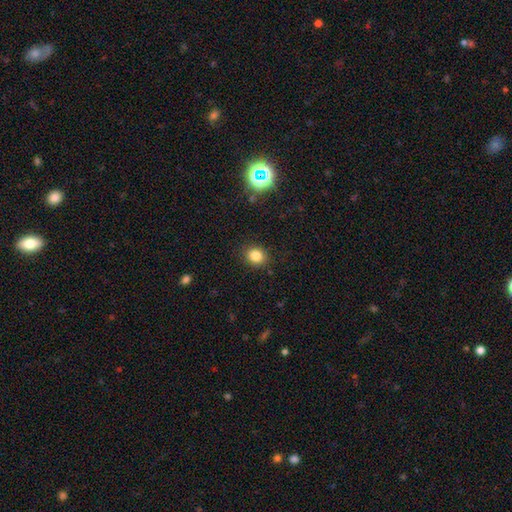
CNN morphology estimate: smooth-or-featured: smooth: 82% | star or artifact: 13% | featured or disk: 5%
  how-rounded: round: 70% | in between: 29% | cigar-shaped: 1%
  merging: none: 88% | minor disturbance: 8% | major disturbance: 3% | merger: 1%